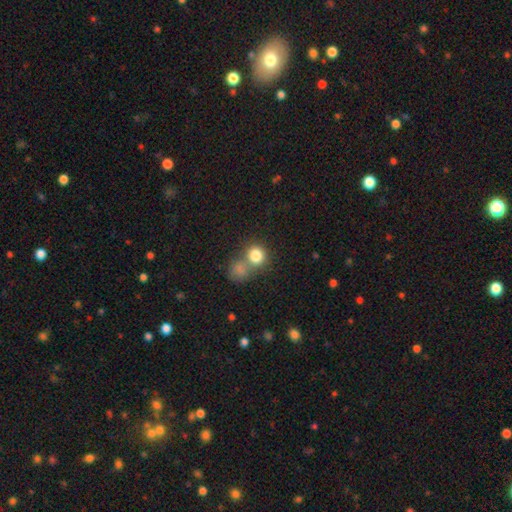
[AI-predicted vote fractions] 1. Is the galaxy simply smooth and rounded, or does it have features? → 82% smooth, 10% star or artifact, 8% featured or disk.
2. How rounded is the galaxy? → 82% round, 17% in between, 1% cigar-shaped.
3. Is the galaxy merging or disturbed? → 44% none, 42% merger, 9% minor disturbance, 5% major disturbance.